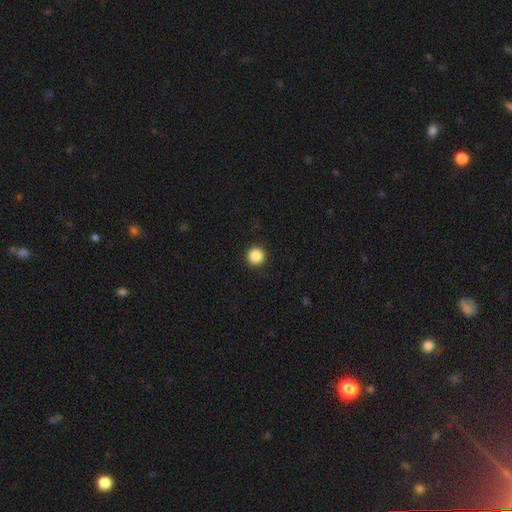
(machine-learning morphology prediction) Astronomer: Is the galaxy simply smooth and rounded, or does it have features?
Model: smooth — 87%.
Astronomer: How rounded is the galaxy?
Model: round — 96%.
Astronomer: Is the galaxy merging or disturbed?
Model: none — 93%.